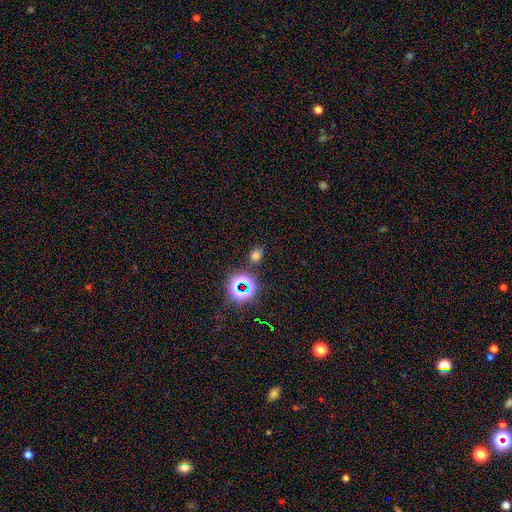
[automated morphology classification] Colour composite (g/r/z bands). It shows a smooth galaxy with no disk features (65%) that is round (60%). Merging: none (82%).